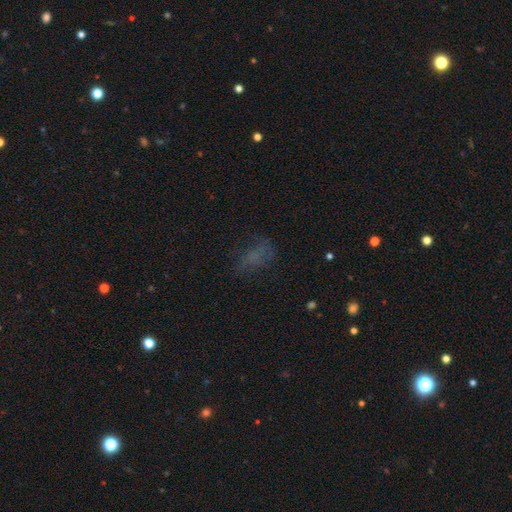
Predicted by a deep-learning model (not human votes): A smooth galaxy with no disk features (51%) that is in between round and cigar-shaped (80%).

Vote fractions:
- Smooth or featured? smooth: 51% / star or artifact: 26% / featured or disk: 23%
- How rounded? in between: 80% / round: 12% / cigar-shaped: 9%
- Merging? none: 50% / major disturbance: 24% / minor disturbance: 23% / merger: 2%